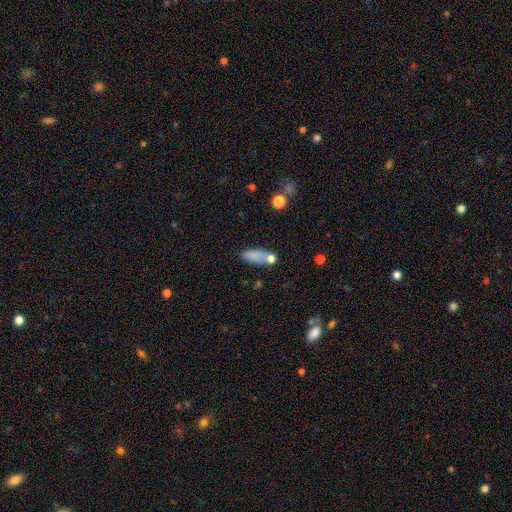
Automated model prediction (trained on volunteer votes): Overall: smooth (78%). How rounded: in between (70%). Merging: none (53%; minor disturbance 21%).